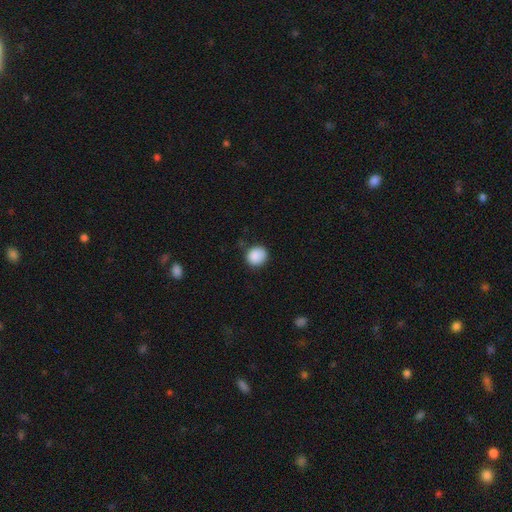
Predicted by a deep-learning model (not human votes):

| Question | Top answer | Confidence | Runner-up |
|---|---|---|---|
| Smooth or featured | smooth | 89% | star or artifact (8%) |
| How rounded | round | 80% | in between (19%) |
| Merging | none | 80% | minor disturbance (15%) |